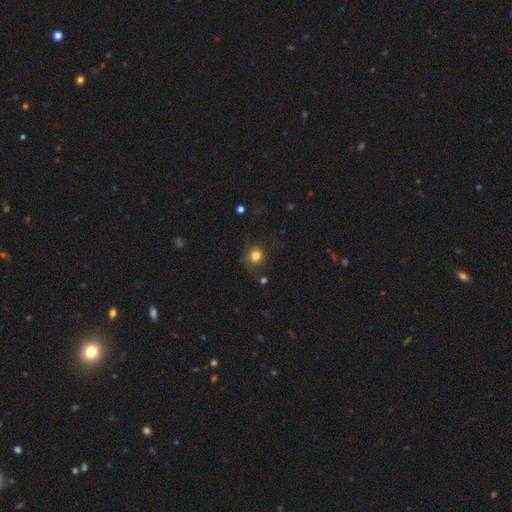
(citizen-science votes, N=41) Overall: smooth (85%). How rounded: round (86%). Merging: none (71%).